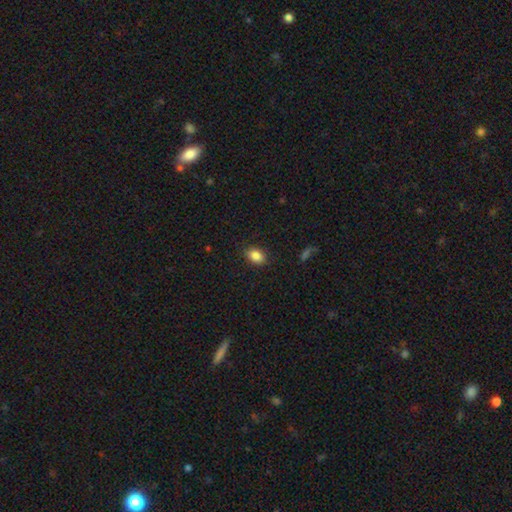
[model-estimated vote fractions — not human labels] Q: Smooth or featured?
A: smooth (86%); runner-up: star or artifact (9%)
Q: How rounded?
A: in between (79%); runner-up: round (20%)
Q: Merging?
A: none (87%); runner-up: minor disturbance (9%)